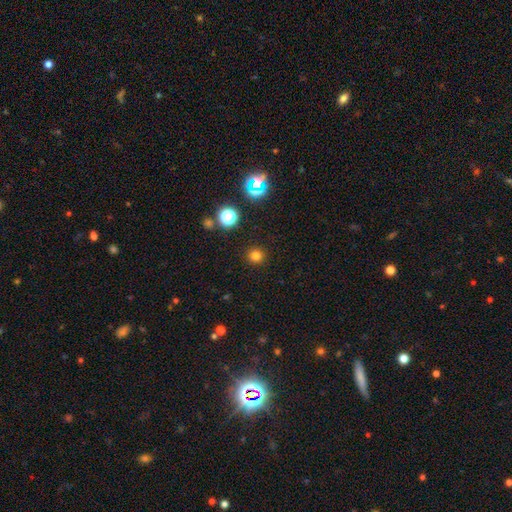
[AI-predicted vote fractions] Smooth or featured: smooth — 77% (star or artifact — 18%)
How rounded: round — 93% (in between — 6%)
Merging: none — 91% (minor disturbance — 5%)